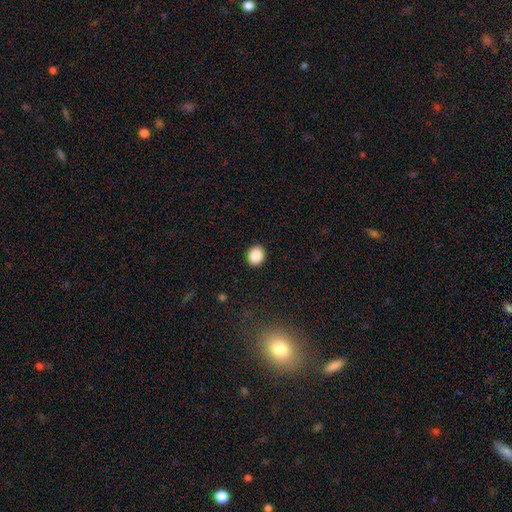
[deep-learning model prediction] Q: Smooth or featured?
A: smooth (88%); runner-up: star or artifact (9%)
Q: How rounded?
A: round (72%); runner-up: in between (27%)
Q: Merging?
A: none (91%); runner-up: minor disturbance (6%)